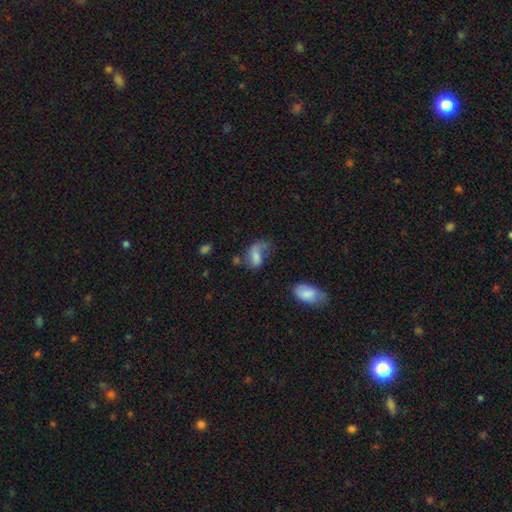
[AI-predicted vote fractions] Overall: smooth (59%; featured or disk 30%). How rounded: in between (86%). Merging: major disturbance (35%; none 30%).